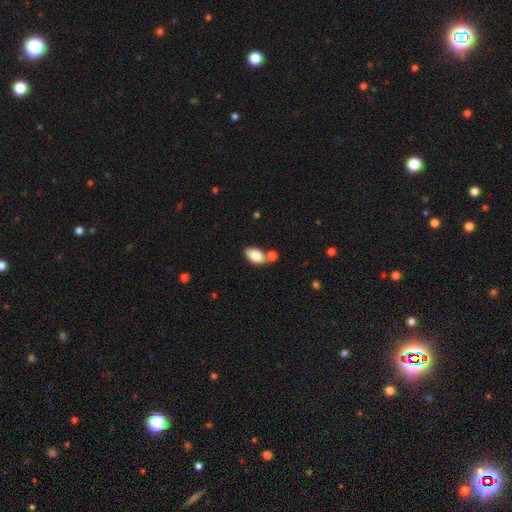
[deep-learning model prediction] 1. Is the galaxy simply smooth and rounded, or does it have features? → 84% smooth, 9% featured or disk, 7% star or artifact.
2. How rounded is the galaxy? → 92% in between, 7% round, 2% cigar-shaped.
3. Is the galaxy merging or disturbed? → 57% none, 26% merger, 14% minor disturbance, 4% major disturbance.